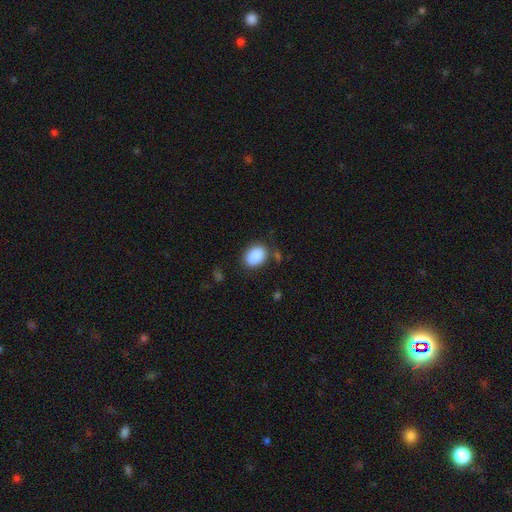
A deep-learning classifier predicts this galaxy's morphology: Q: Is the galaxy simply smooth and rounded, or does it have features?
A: smooth — 88%.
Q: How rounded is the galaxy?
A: in between — 72%.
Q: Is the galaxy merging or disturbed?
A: none — 73%.